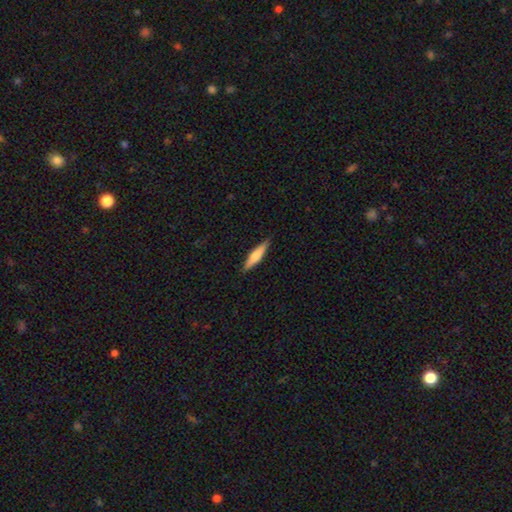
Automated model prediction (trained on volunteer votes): This appears to be a smooth galaxy with no disk features (58%) that is cigar-shaped (83%). Merging: none (88%).